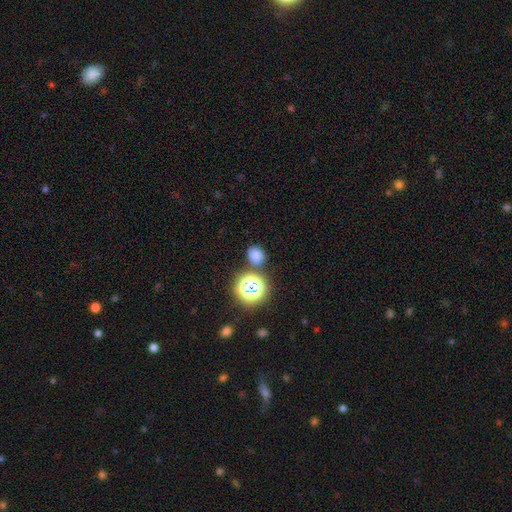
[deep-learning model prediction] A smooth galaxy with no disk features (70%) that is round (68%).

Vote fractions:
- Smooth or featured? smooth: 70% / star or artifact: 24% / featured or disk: 6%
- How rounded? round: 68% / in between: 31% / cigar-shaped: 1%
- Merging? none: 78% / minor disturbance: 11% / merger: 8% / major disturbance: 4%